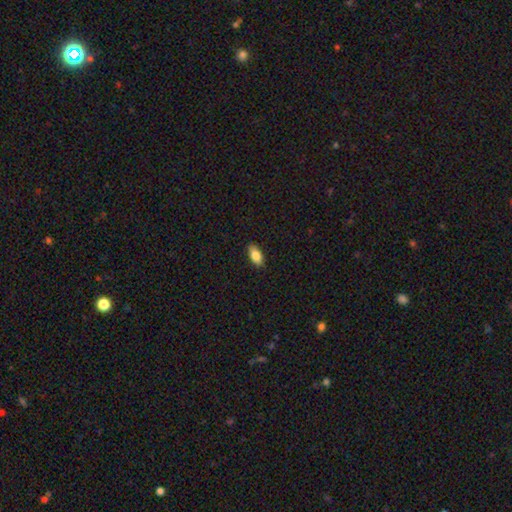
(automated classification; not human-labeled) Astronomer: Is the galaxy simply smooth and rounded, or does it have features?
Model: smooth — 83%.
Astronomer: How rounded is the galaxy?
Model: in between — 88%.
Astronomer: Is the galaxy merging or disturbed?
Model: none — 88%.